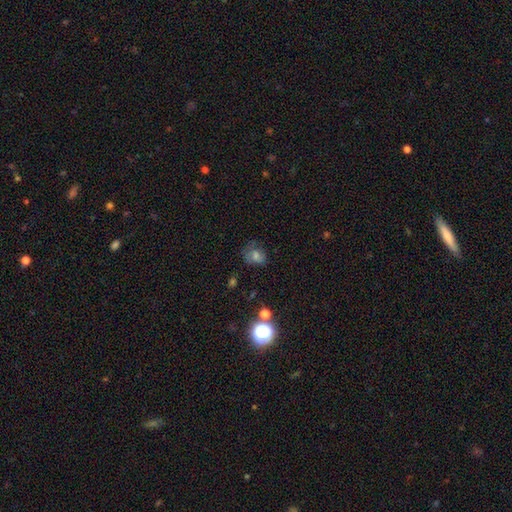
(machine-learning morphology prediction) A smooth galaxy with no disk features (53%) that is round (56%).

Vote fractions:
- Smooth or featured? smooth: 53% / star or artifact: 26% / featured or disk: 21%
- How rounded? round: 56% / in between: 42% / cigar-shaped: 1%
- Merging? none: 60% / minor disturbance: 24% / major disturbance: 13% / merger: 3%